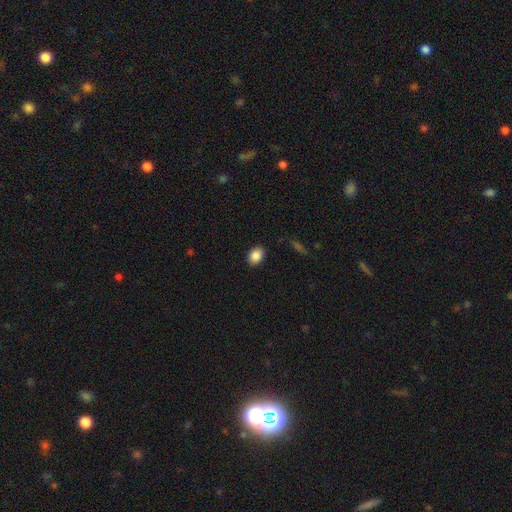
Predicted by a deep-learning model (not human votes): smooth 87%, star or artifact 8%, featured or disk 5%. Down the decision tree: how rounded — in between (65%); merging — none (89%).